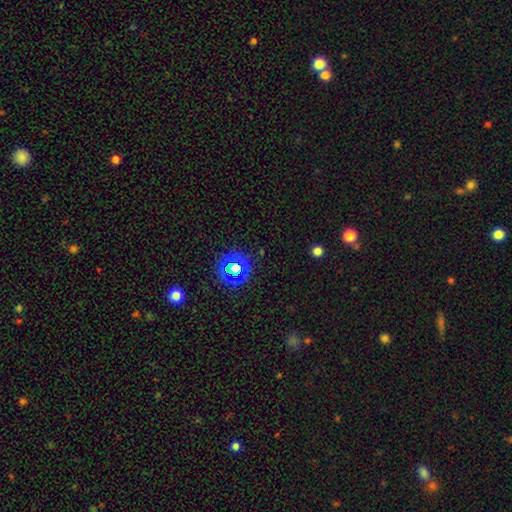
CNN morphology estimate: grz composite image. It shows a star or artifact, not a galaxy (56%).